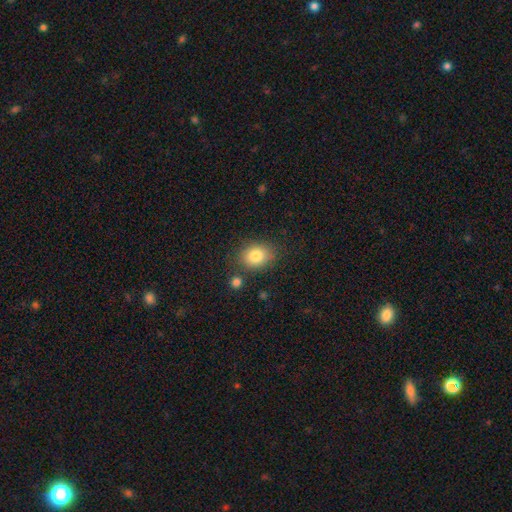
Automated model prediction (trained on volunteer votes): smooth 82%, star or artifact 9%, featured or disk 8%. Down the decision tree: how rounded — in between (54%); merging — none (77%).